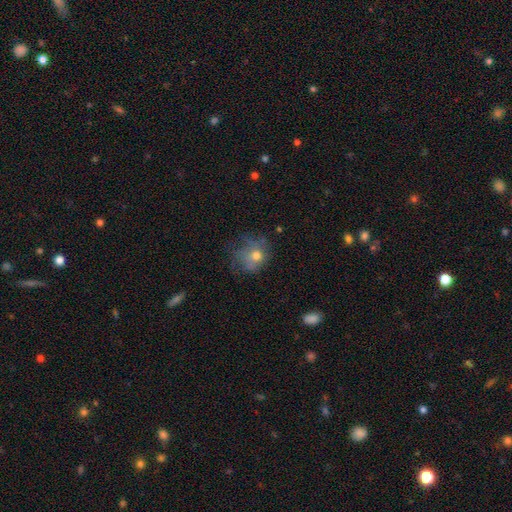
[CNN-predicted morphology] Smooth or featured? smooth (60%)
How rounded? round (69%)
Merging? none (46%)